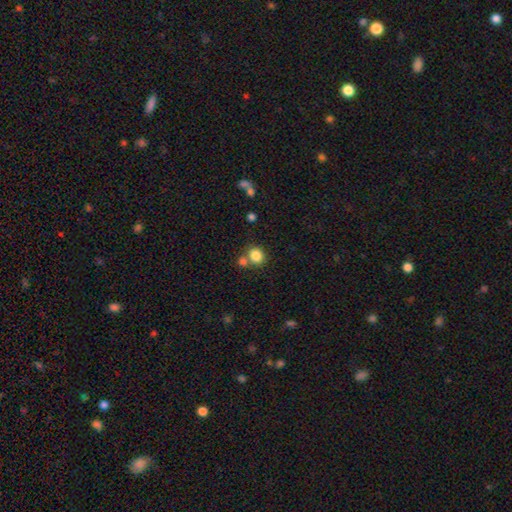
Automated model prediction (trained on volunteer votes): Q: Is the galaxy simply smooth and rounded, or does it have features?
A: smooth — 83%.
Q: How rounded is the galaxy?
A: round — 78%.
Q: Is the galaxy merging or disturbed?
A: none — 60%.